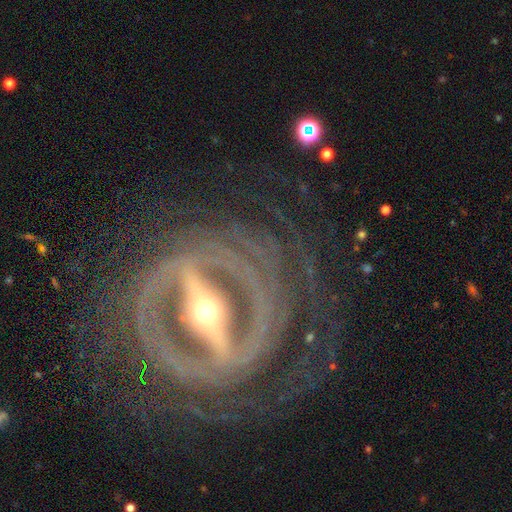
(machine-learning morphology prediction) featured or disk 91%, star or artifact 5%, smooth 4%. Down the decision tree: edge-on disk — no (79%); bar — strong (89%); spiral arms — yes (78%); spiral arm count — can't tell (32%); spiral winding — tight (68%); bulge size — moderate (56%); merging — none (72%).